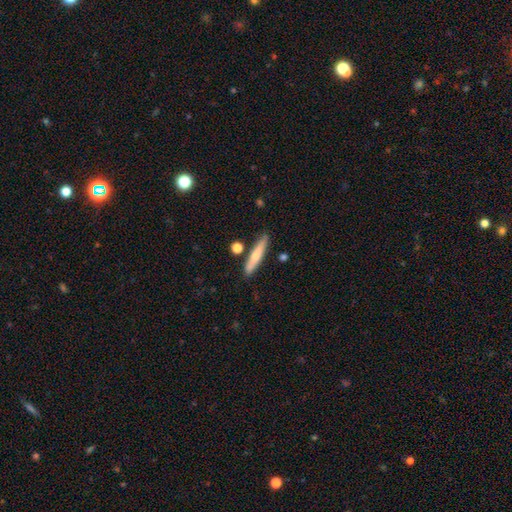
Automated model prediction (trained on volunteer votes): The model was most divided on "smooth or featured": smooth: 62%, featured or disk: 32%, star or artifact: 6%. More confident: how rounded — cigar-shaped (88%); merging — none (84%).